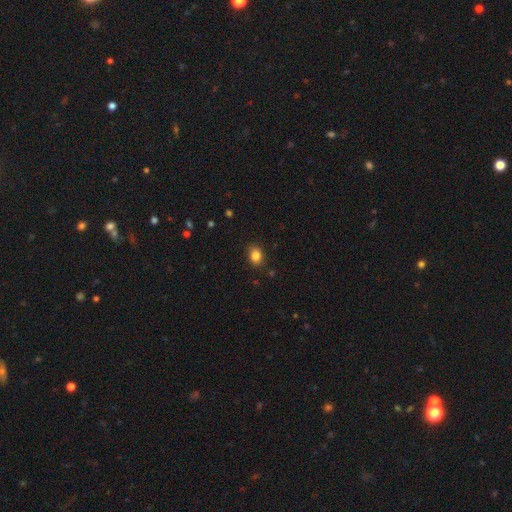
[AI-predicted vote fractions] This appears to be a smooth galaxy with no disk features (84%) that is in between round and cigar-shaped (58%). Merging: none (86%).